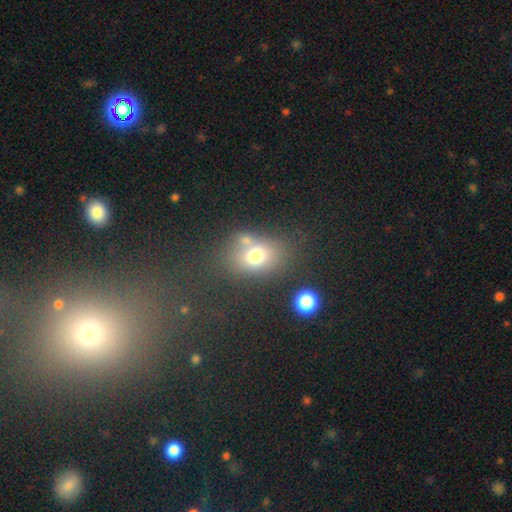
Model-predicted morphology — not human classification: Smooth or featured? Predicted: smooth (p=0.71). How rounded? Predicted: in between (p=0.60). Merging? Predicted: none (p=0.54).